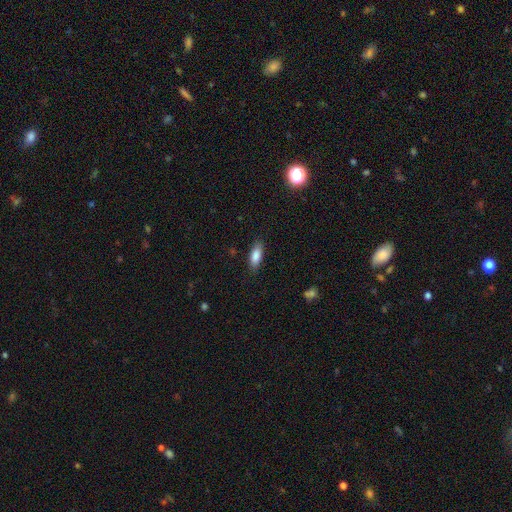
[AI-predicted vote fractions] Smooth or featured?
  - smooth: 86% *
  - featured or disk: 8%
  - star or artifact: 7%
How rounded?
  - in between: 73% *
  - cigar-shaped: 25%
  - round: 2%
Merging?
  - none: 85% *
  - minor disturbance: 11%
  - major disturbance: 3%
  - merger: 1%